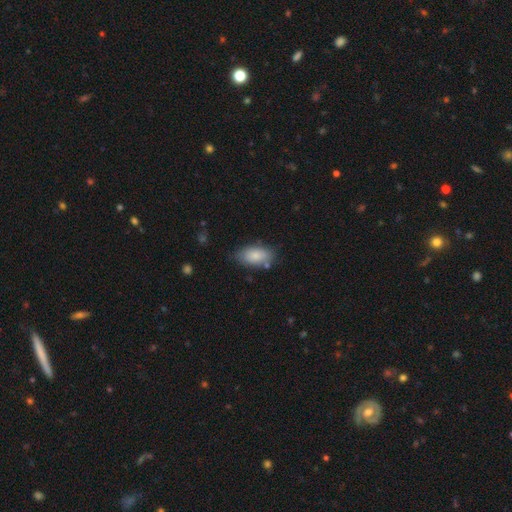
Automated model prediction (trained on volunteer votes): This is clearly a smooth galaxy (84%). How rounded: clearly in between (93%). Merging: likely none (73%).